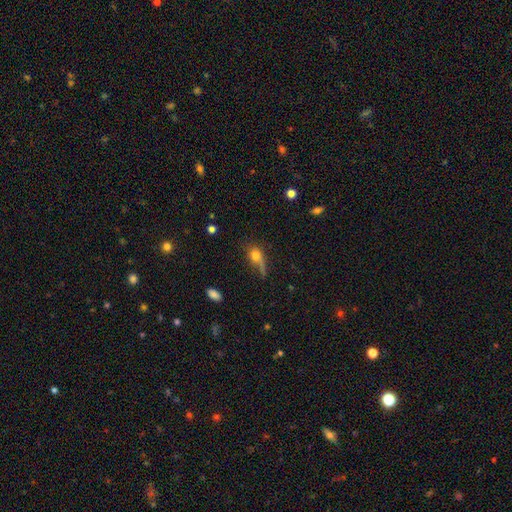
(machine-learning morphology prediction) Q: Smooth or featured?
A: smooth (69%); runner-up: featured or disk (18%)
Q: How rounded?
A: in between (48%); runner-up: round (44%)
Q: Merging?
A: none (38%); runner-up: major disturbance (30%)